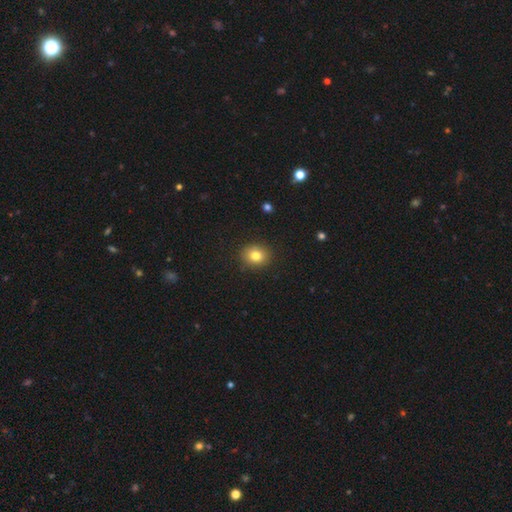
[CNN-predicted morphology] smooth_or_featured: smooth (p=0.80) [alt: star or artifact p=0.11]
how_rounded: round (p=0.73) [alt: in between p=0.26]
merging: none (p=0.90) [alt: minor disturbance p=0.07]